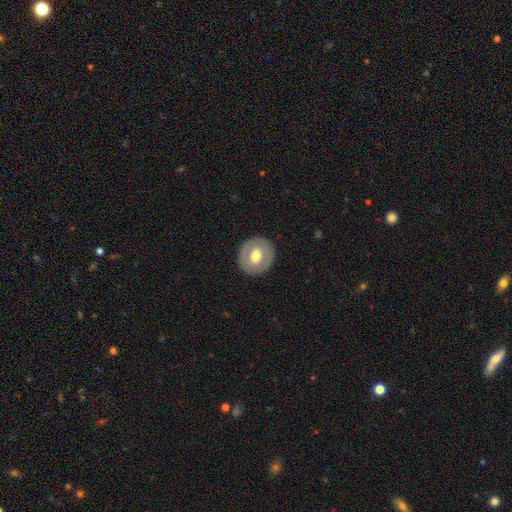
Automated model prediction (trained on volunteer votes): Smooth or featured?
  - smooth: 51% *
  - featured or disk: 43%
  - star or artifact: 6%
How rounded?
  - round: 83% *
  - in between: 16%
  - cigar-shaped: 1%
Merging?
  - none: 89% *
  - minor disturbance: 8%
  - major disturbance: 3%
  - merger: 1%